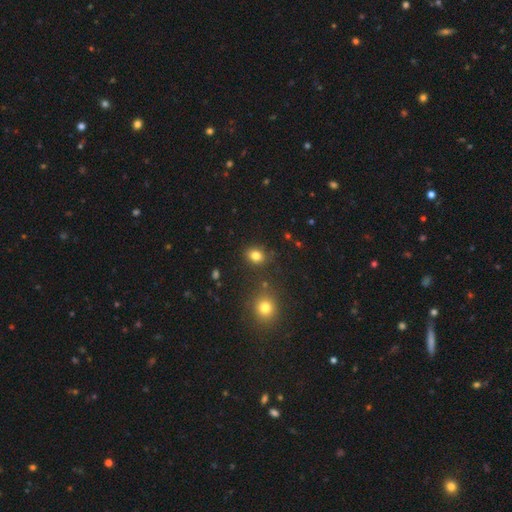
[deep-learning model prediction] Smooth or featured?
  - smooth: 81% *
  - star or artifact: 13%
  - featured or disk: 6%
How rounded?
  - round: 62% *
  - in between: 37%
  - cigar-shaped: 1%
Merging?
  - none: 82% *
  - minor disturbance: 10%
  - merger: 5%
  - major disturbance: 3%